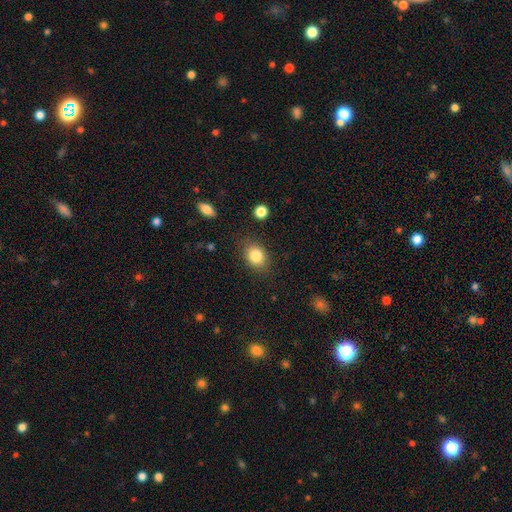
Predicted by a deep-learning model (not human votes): This is clearly a smooth galaxy (83%). How rounded: possibly in between (56%). Merging: clearly none (82%).